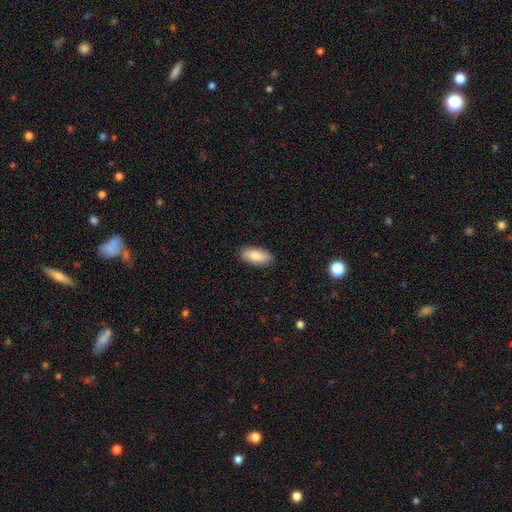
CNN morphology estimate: smooth_or_featured: smooth (p=0.84) [alt: featured or disk p=0.10]
how_rounded: in between (p=0.90) [alt: cigar-shaped p=0.08]
merging: none (p=0.88) [alt: minor disturbance p=0.09]